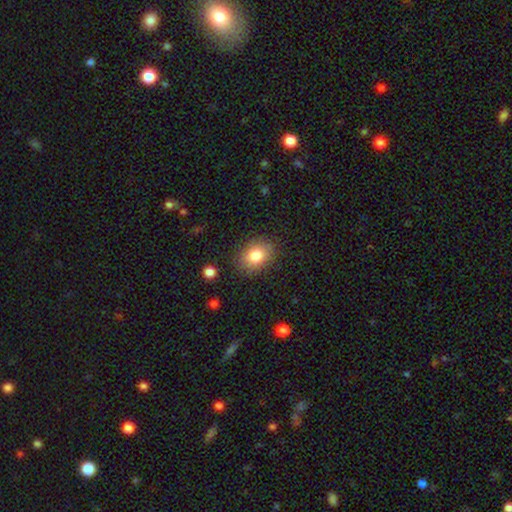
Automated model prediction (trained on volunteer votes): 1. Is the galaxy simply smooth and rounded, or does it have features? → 81% smooth, 9% featured or disk, 9% star or artifact.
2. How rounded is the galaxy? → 67% in between, 32% round, 1% cigar-shaped.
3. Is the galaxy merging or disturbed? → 85% none, 11% minor disturbance, 3% major disturbance, 1% merger.